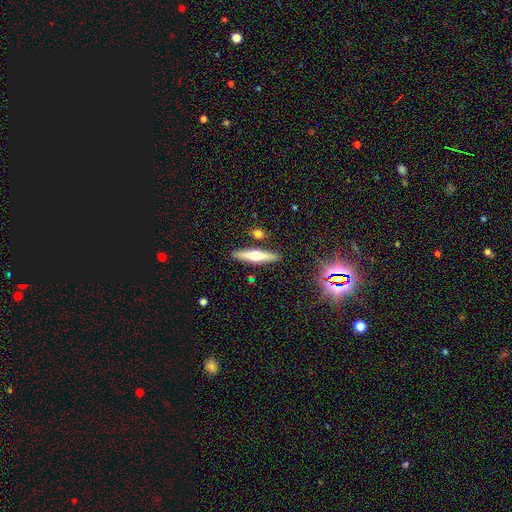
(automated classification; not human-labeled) Smooth or featured? featured or disk (55%)
Edge-on disk? yes (95%)
Edge-on bulge? rounded (93%)
Merging? none (86%)